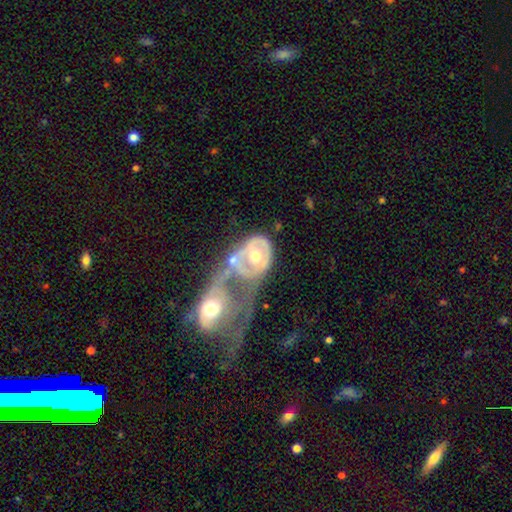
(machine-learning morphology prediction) This is likely a featured or disk galaxy (70%). It is clearly not viewed edge-on (96%). Bar: likely no (80%). Spiral arm pattern: possibly no (59%). Central bulge: likely moderate (76%). Merging: likely merger (65%).